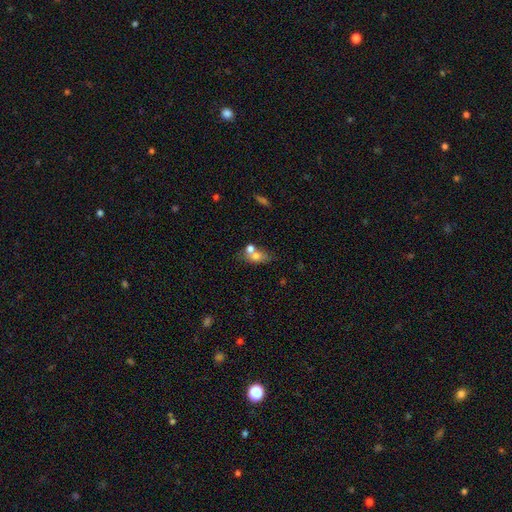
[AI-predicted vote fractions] Overall: smooth (67%). How rounded: in between (66%; round 27%). Merging: merger (50%; none 33%).